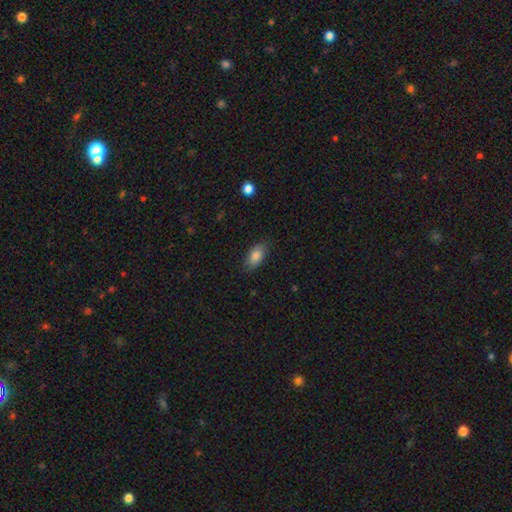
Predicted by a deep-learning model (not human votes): Morphology: type=smooth (84%); roundness=in between (91%); merging=none (83%).